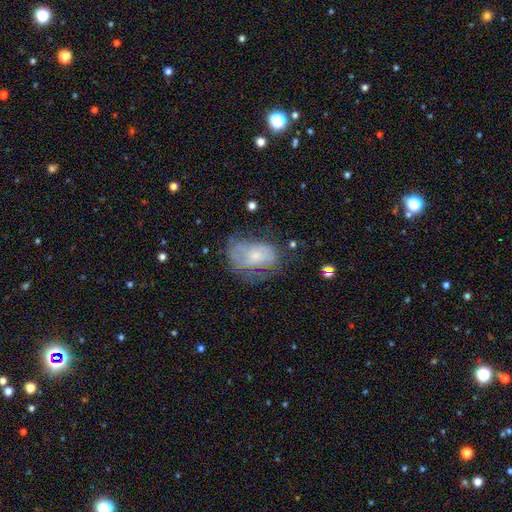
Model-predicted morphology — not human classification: smooth-or-featured: featured or disk: 52% | smooth: 39% | star or artifact: 9%
  disk-edge-on: no: 96% | yes: 4%
    bar: no: 76% | weak: 20% | strong: 4%
    has-spiral-arms: yes: 59% | no: 41%
    bulge-size: small: 59% | moderate: 28% | none: 8% | large: 4% | dominant: 1%
  merging: none: 41% | minor disturbance: 29% | major disturbance: 27% | merger: 3%